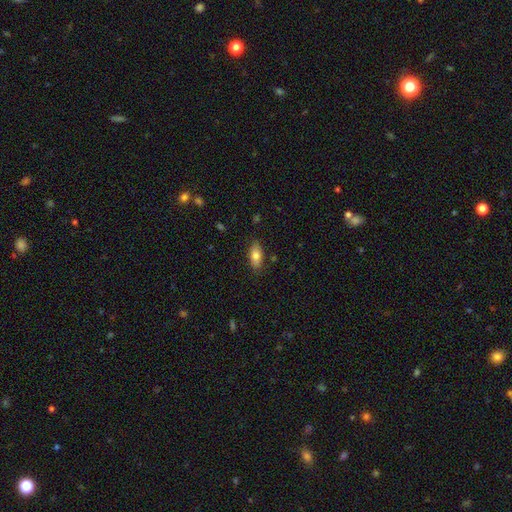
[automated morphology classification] Smooth or featured: smooth — 78% (featured or disk — 15%)
How rounded: in between — 85% (cigar-shaped — 12%)
Merging: none — 85% (minor disturbance — 12%)